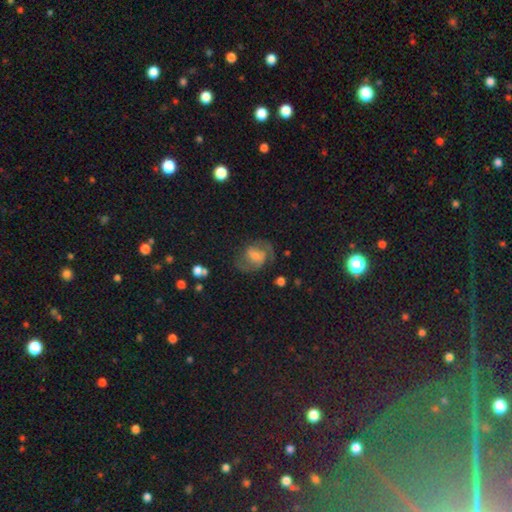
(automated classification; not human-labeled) smooth_or_featured: featured or disk (p=0.62) [alt: smooth p=0.28]
disk_edge_on: no (p=0.97) [alt: yes p=0.03]
bar: weak (p=0.45) [alt: no p=0.39]
has_spiral_arms: yes (p=0.84) [alt: no p=0.16]
spiral_winding: medium (p=0.53) [alt: loose p=0.25]
spiral_arm_count: 2 (p=0.82) [alt: can't tell p=0.09]
bulge_size: small (p=0.46) [alt: moderate p=0.32]
merging: none (p=0.59) [alt: minor disturbance p=0.20]